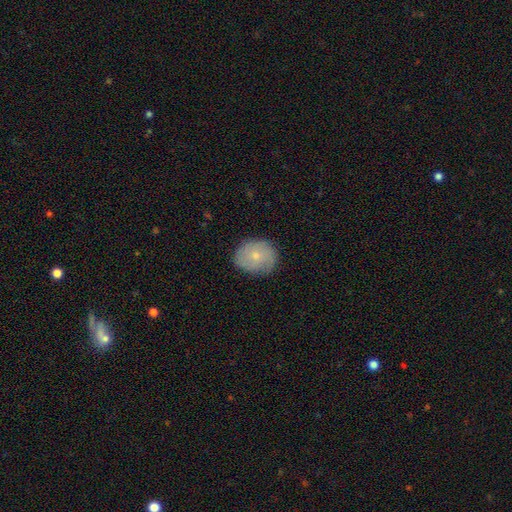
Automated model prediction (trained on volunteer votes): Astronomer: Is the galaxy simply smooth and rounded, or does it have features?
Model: smooth — 63%.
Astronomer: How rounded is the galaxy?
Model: round — 69%.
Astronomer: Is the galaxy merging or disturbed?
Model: none — 78%.